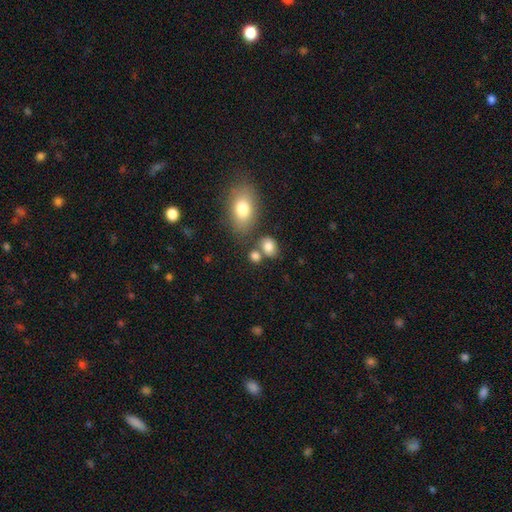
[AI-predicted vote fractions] A smooth galaxy with no disk features (82%) that is in between round and cigar-shaped (50%). Merging: none (60%).